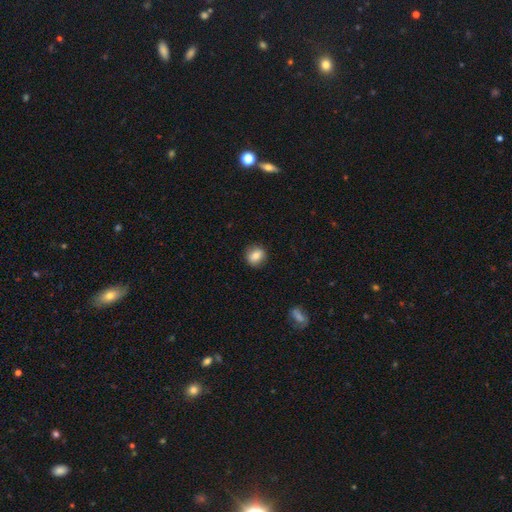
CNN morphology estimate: A smooth galaxy with no disk features (82%) that is round (67%).

Vote fractions:
- Smooth or featured? smooth: 82% / featured or disk: 9% / star or artifact: 9%
- How rounded? round: 67% / in between: 31% / cigar-shaped: 1%
- Merging? none: 87% / minor disturbance: 10% / major disturbance: 2% / merger: 1%